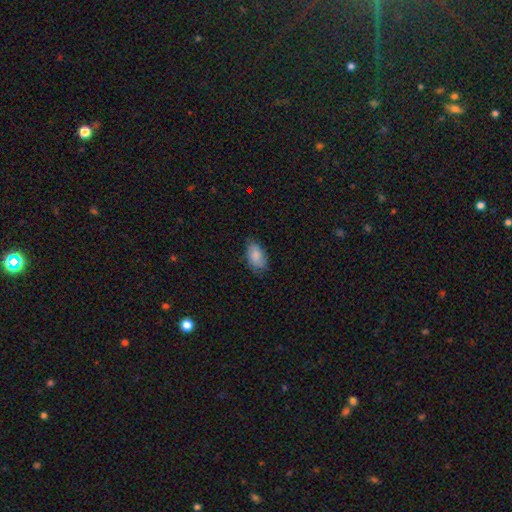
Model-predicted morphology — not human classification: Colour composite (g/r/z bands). It shows a smooth galaxy with no disk features (79%) that is in between round and cigar-shaped (92%). Merging: none (70%).